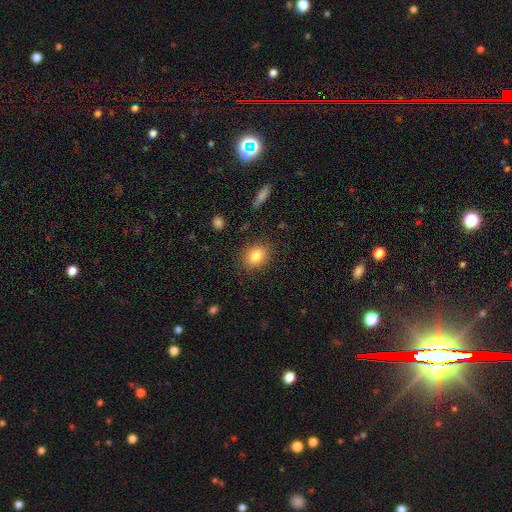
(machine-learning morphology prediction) Smooth or featured? Predicted: smooth (p=0.82). How rounded? Predicted: round (p=0.50). Merging? Predicted: none (p=0.86).